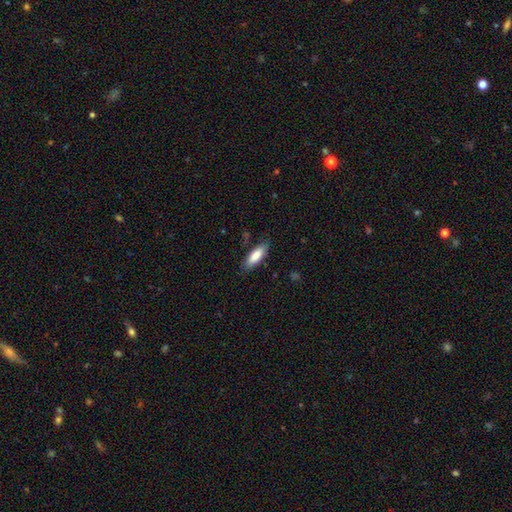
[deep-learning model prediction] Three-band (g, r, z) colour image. It shows a smooth galaxy with no disk features (83%) that is in between round and cigar-shaped (62%). Merging: none (81%).